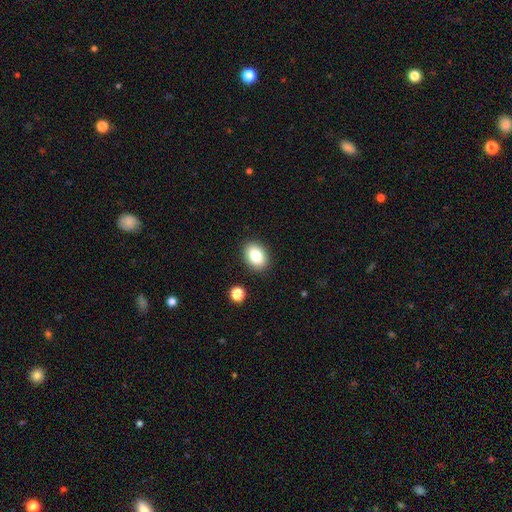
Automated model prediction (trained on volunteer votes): Q: Smooth or featured?
A: smooth (83%); runner-up: star or artifact (9%)
Q: How rounded?
A: in between (77%); runner-up: round (22%)
Q: Merging?
A: none (88%); runner-up: minor disturbance (8%)